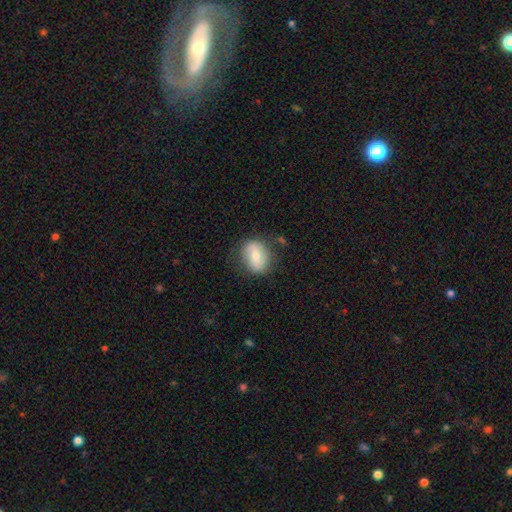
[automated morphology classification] smooth-or-featured: smooth: 64% | featured or disk: 29% | star or artifact: 7%
  how-rounded: in between: 56% | round: 43% | cigar-shaped: 1%
  merging: none: 72% | minor disturbance: 20% | major disturbance: 6% | merger: 2%